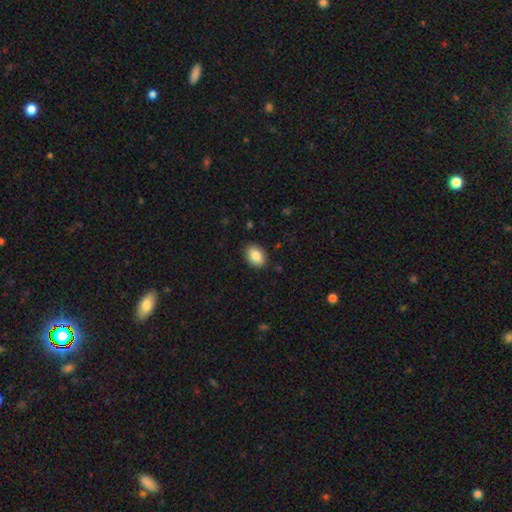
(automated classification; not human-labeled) Smooth or featured? Predicted: smooth (p=0.86). How rounded? Predicted: in between (p=0.82). Merging? Predicted: none (p=0.88).